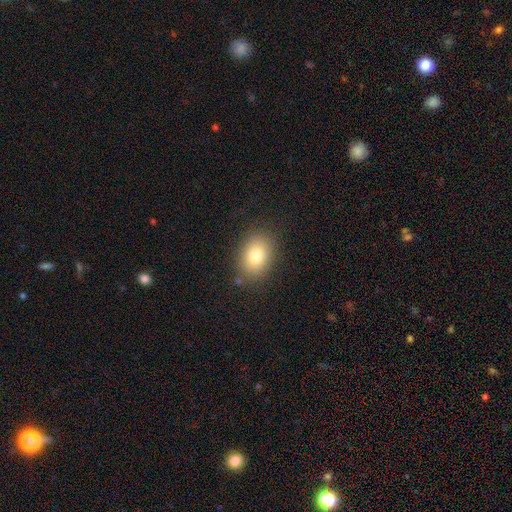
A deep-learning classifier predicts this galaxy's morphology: smooth-or-featured: smooth: 79% | featured or disk: 11% | star or artifact: 10%
  how-rounded: in between: 70% | round: 29% | cigar-shaped: 1%
  merging: none: 84% | minor disturbance: 11% | major disturbance: 3% | merger: 2%